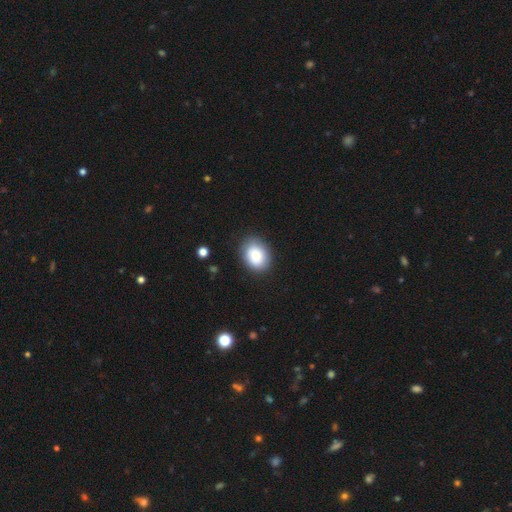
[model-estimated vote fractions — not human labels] smooth_or_featured: smooth (p=0.81) [alt: featured or disk p=0.11]
how_rounded: in between (p=0.56) [alt: round p=0.43]
merging: none (p=0.82) [alt: minor disturbance p=0.13]